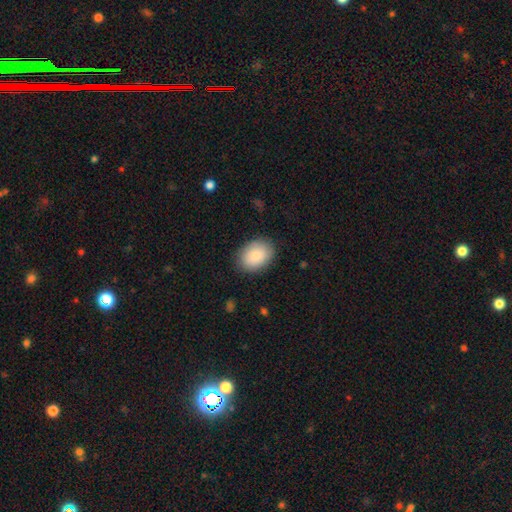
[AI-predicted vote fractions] Morphology: type=smooth (89%); roundness=in between (80%); merging=none (85%).